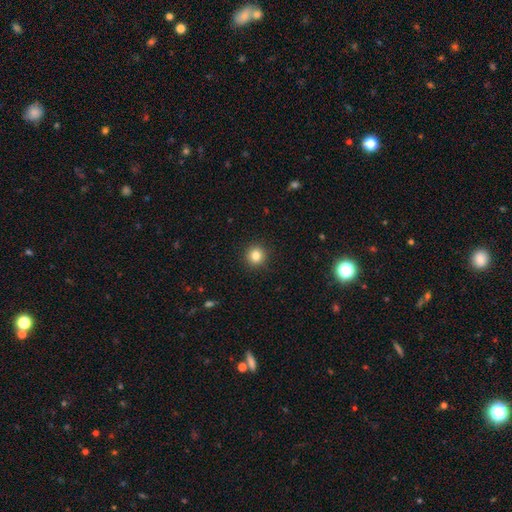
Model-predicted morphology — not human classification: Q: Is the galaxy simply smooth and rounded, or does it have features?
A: smooth — 82%.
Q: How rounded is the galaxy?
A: round — 94%.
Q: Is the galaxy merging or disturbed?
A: none — 92%.